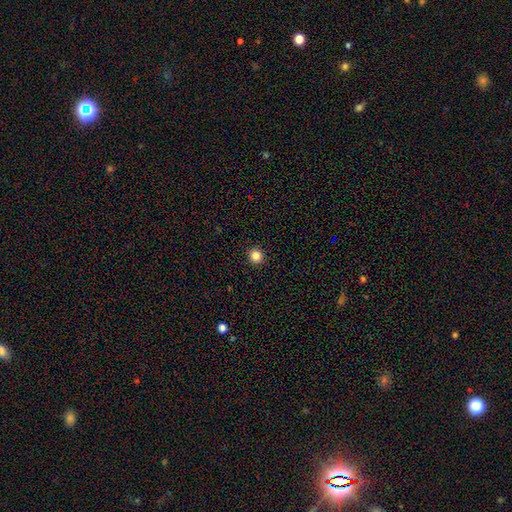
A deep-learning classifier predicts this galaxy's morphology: type=smooth (84%); roundness=round (94%); merging=none (93%).